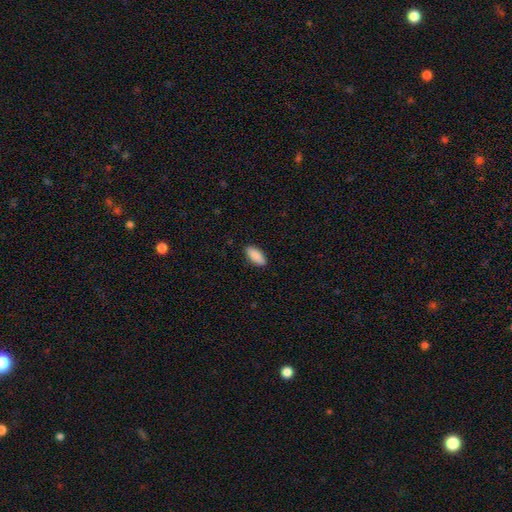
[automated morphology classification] Smooth or featured? Predicted: smooth (p=0.89). How rounded? Predicted: in between (p=0.83). Merging? Predicted: none (p=0.89).